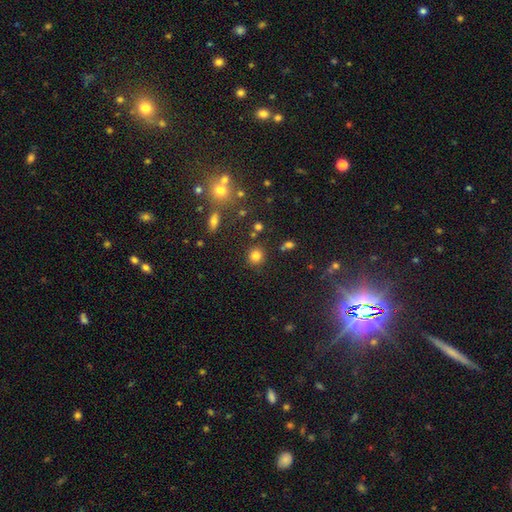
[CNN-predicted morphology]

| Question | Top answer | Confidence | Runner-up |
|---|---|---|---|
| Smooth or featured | smooth | 81% | star or artifact (13%) |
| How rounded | round | 88% | in between (11%) |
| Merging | none | 84% | minor disturbance (8%) |